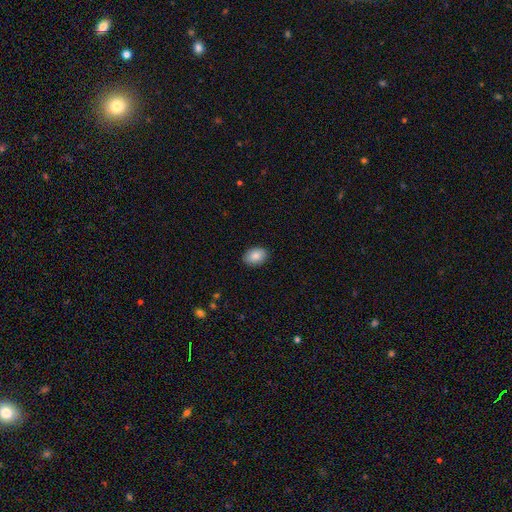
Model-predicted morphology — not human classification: The model was most divided on "how rounded": in between: 81%, round: 18%, cigar-shaped: 1%. More confident: merging — none (89%); smooth or featured — smooth (87%).